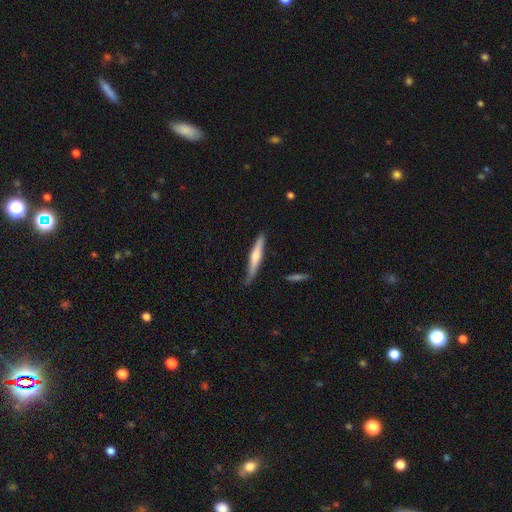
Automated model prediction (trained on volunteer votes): This appears to be a featured or disk galaxy (49%). Merging: none (77%).